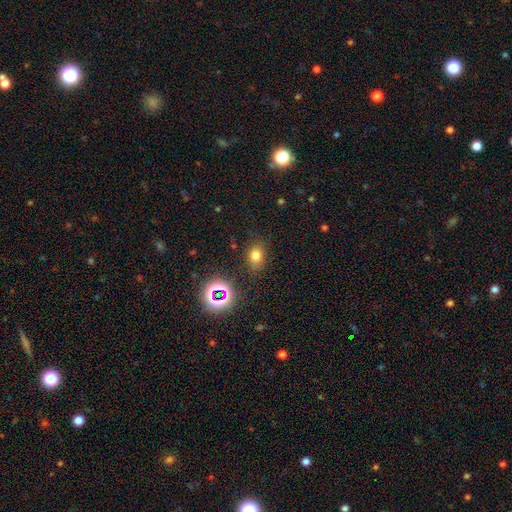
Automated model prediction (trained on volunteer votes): smooth-or-featured: smooth: 72% | star or artifact: 19% | featured or disk: 9%
  how-rounded: in between: 66% | round: 33% | cigar-shaped: 2%
  merging: none: 80% | minor disturbance: 13% | major disturbance: 4% | merger: 2%